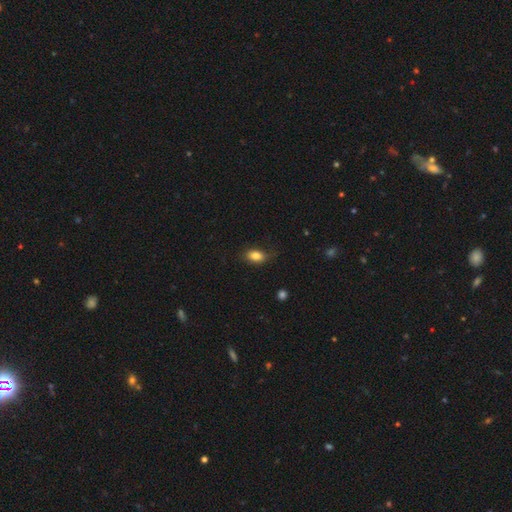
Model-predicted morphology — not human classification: A smooth galaxy with no disk features (85%) that is in between round and cigar-shaped (86%).

Vote fractions:
- Smooth or featured? smooth: 85% / star or artifact: 9% / featured or disk: 7%
- How rounded? in between: 86% / round: 11% / cigar-shaped: 3%
- Merging? none: 78% / minor disturbance: 17% / major disturbance: 4% / merger: 1%